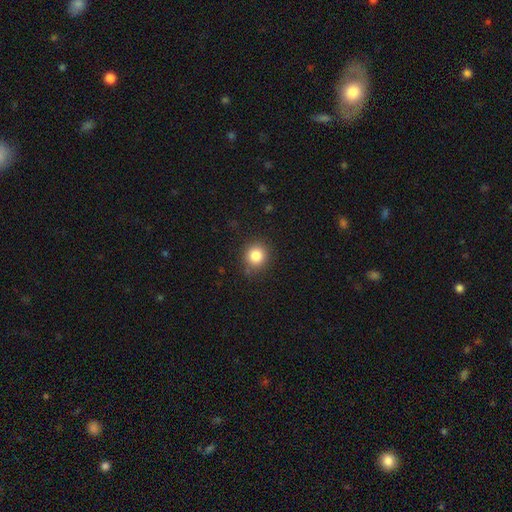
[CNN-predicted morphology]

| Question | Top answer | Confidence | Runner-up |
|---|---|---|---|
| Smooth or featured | smooth | 84% | star or artifact (10%) |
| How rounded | round | 88% | in between (11%) |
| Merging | none | 85% | minor disturbance (11%) |